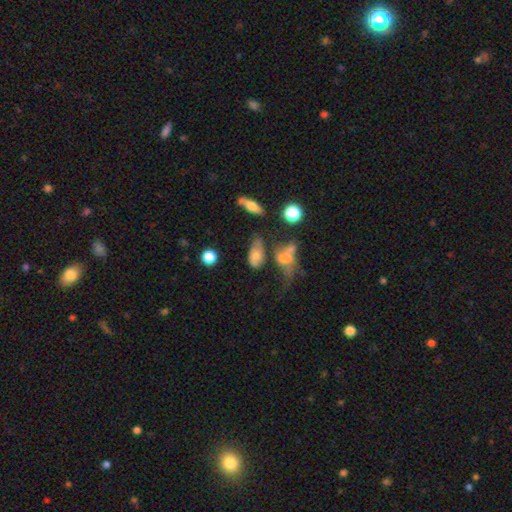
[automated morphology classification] This is likely a smooth galaxy (62%). How rounded: clearly in between (84%). Merging: marginally none (35%).